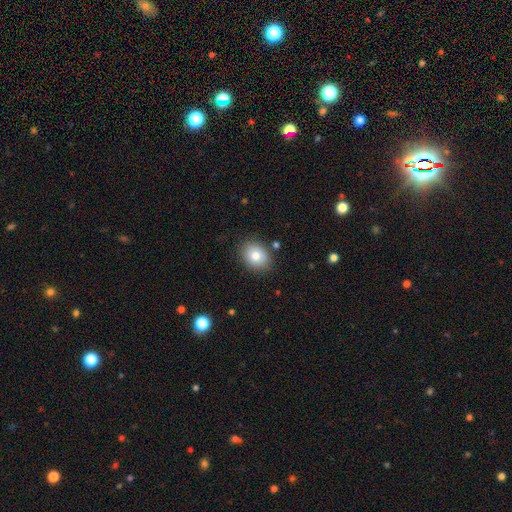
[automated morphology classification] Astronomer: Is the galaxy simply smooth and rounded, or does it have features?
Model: smooth — 79%.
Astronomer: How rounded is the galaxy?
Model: round — 56% (runner-up: in between, 44%).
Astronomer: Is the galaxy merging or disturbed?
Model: none — 85%.